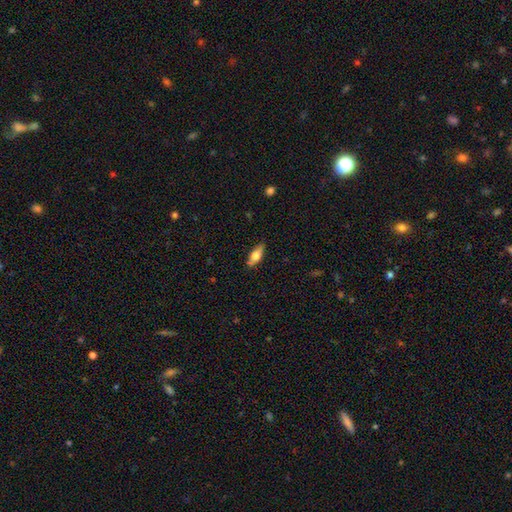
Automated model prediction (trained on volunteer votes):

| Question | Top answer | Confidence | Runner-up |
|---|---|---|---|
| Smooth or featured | smooth | 59% | featured or disk (34%) |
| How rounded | in between | 64% | cigar-shaped (33%) |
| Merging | none | 82% | minor disturbance (13%) |